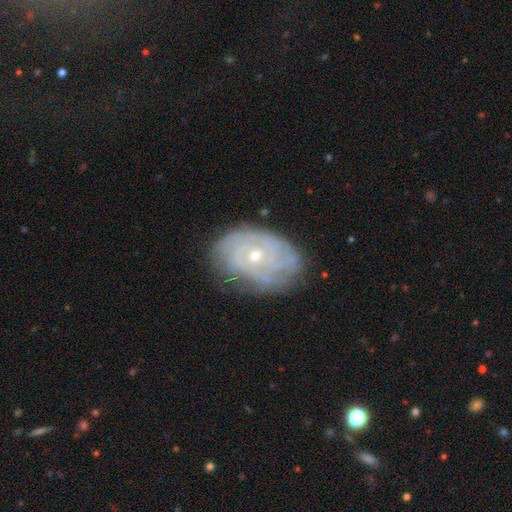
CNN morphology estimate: featured or disk 82%, smooth 11%, star or artifact 7%. Down the decision tree: edge-on disk — no (96%); bar — no (75%); spiral arms — yes (92%); spiral arm count — can't tell (41%); spiral winding — tight (76%); bulge size — small (60%); merging — none (75%).